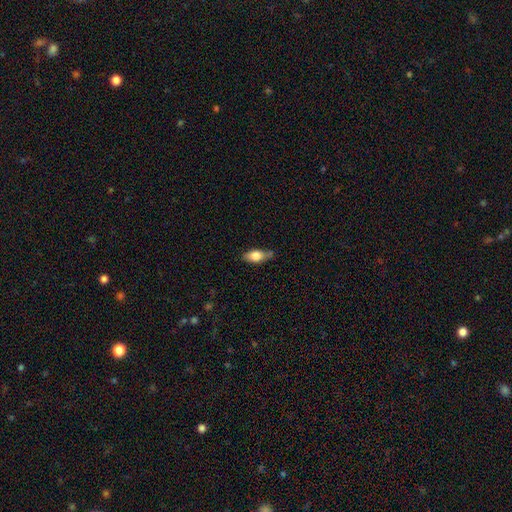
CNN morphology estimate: Smooth or featured? Predicted: smooth (p=0.74). How rounded? Predicted: in between (p=0.83). Merging? Predicted: none (p=0.64).